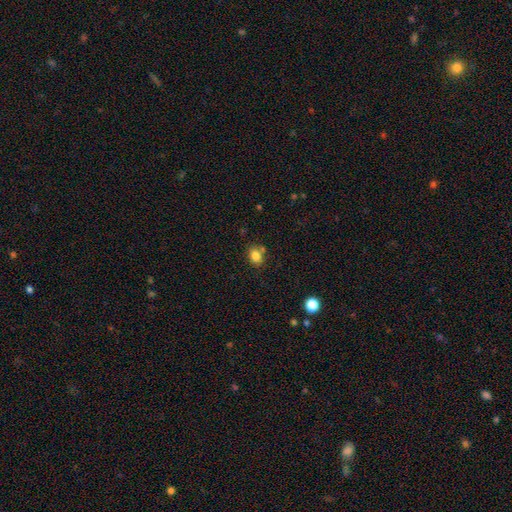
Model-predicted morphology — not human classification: type=smooth (82%); roundness=in between (52%); merging=none (72%).